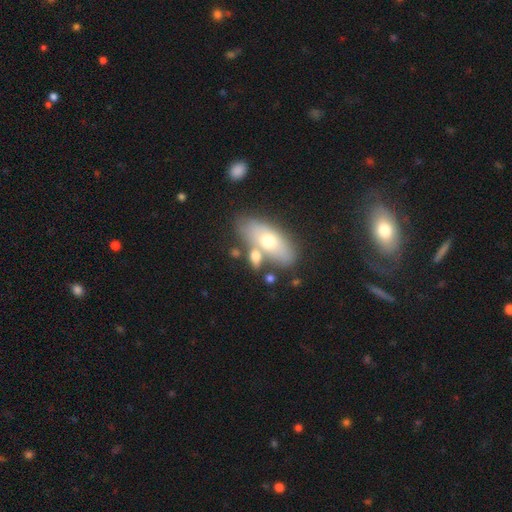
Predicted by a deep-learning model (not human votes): A smooth galaxy with no disk features (62%) that is in between round and cigar-shaped (75%). Merging: none (52%).